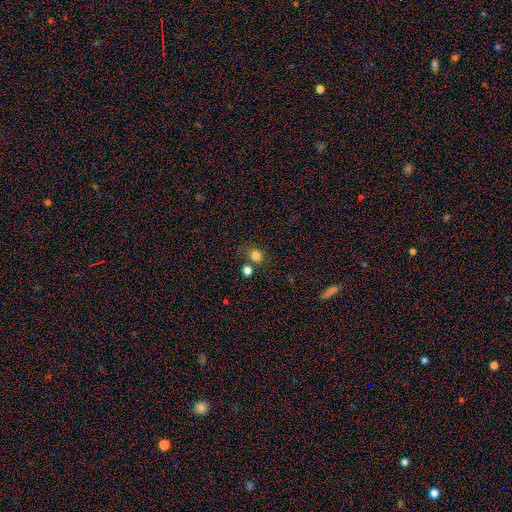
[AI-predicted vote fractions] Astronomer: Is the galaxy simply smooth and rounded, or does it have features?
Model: smooth — 80%.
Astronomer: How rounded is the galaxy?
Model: round — 78%.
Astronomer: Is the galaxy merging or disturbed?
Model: none — 66%.